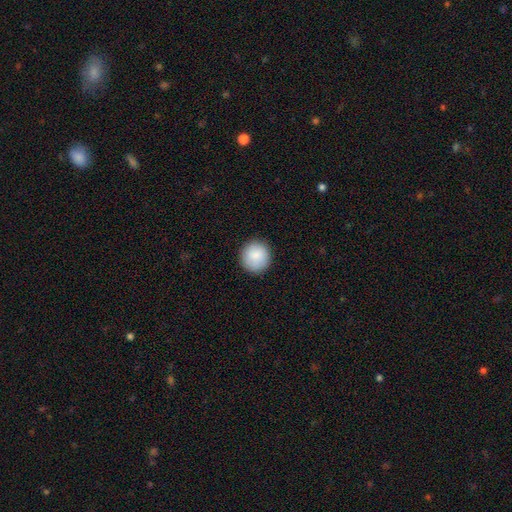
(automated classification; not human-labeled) This is clearly a smooth galaxy (88%). How rounded: clearly round (92%). Merging: clearly none (91%).